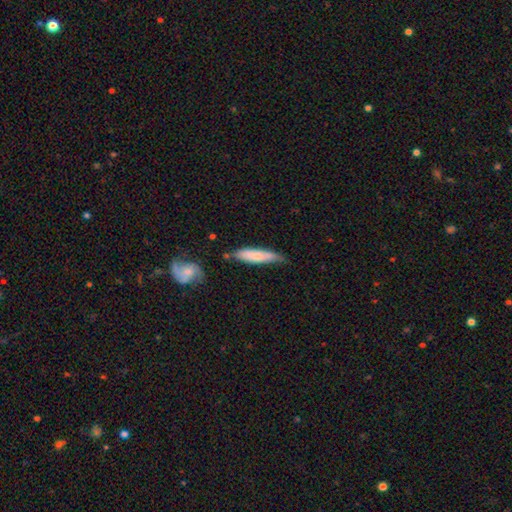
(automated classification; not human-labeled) Smooth or featured? Predicted: smooth (p=0.69). How rounded? Predicted: cigar-shaped (p=0.79). Merging? Predicted: none (p=0.62).